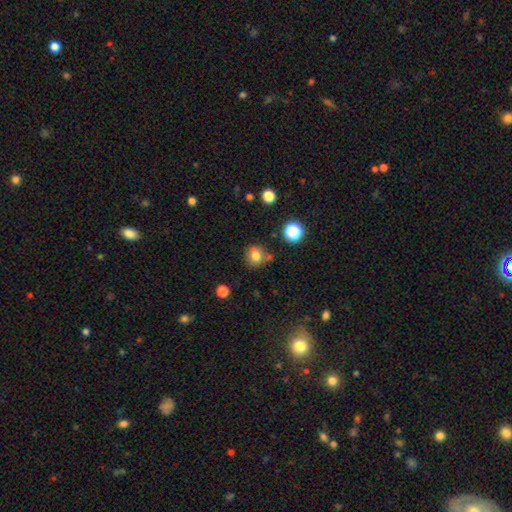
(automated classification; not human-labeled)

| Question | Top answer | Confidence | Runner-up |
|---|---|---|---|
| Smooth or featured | smooth | 76% | star or artifact (14%) |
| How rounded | round | 81% | in between (18%) |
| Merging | none | 68% | minor disturbance (17%) |